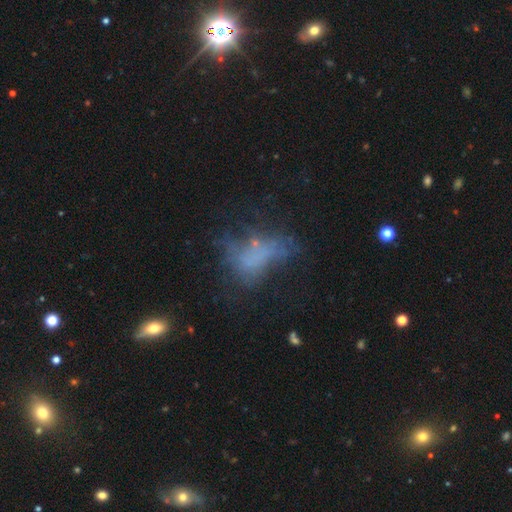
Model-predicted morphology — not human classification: smooth 40%, featured or disk 38%, star or artifact 22%. Down the decision tree: merging — major disturbance (39%).